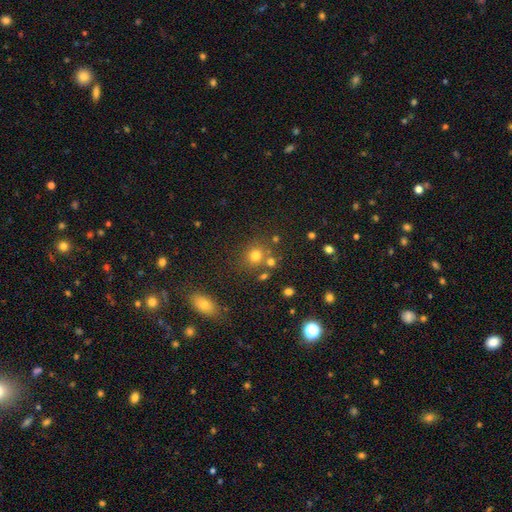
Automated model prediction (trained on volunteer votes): Smooth or featured?
  - smooth: 73% *
  - star or artifact: 19%
  - featured or disk: 8%
How rounded?
  - round: 86% *
  - in between: 13%
  - cigar-shaped: 1%
Merging?
  - none: 72% *
  - merger: 14%
  - minor disturbance: 10%
  - major disturbance: 4%